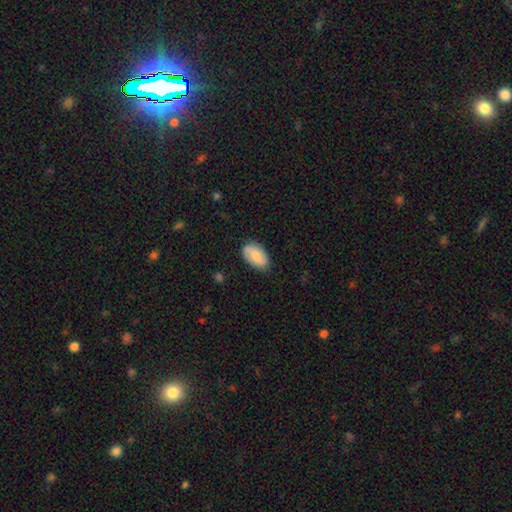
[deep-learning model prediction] Q: Smooth or featured?
A: smooth (62%); runner-up: featured or disk (32%)
Q: How rounded?
A: in between (93%); runner-up: round (5%)
Q: Merging?
A: none (82%); runner-up: minor disturbance (14%)